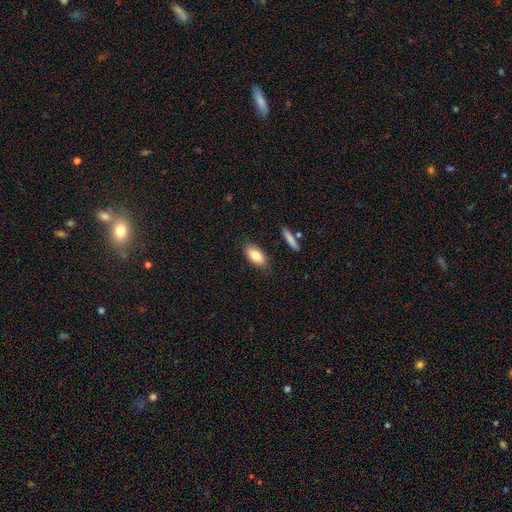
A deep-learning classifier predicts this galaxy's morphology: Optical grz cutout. It shows a smooth galaxy with no disk features (80%) that is in between round and cigar-shaped (88%). Merging: none (85%).